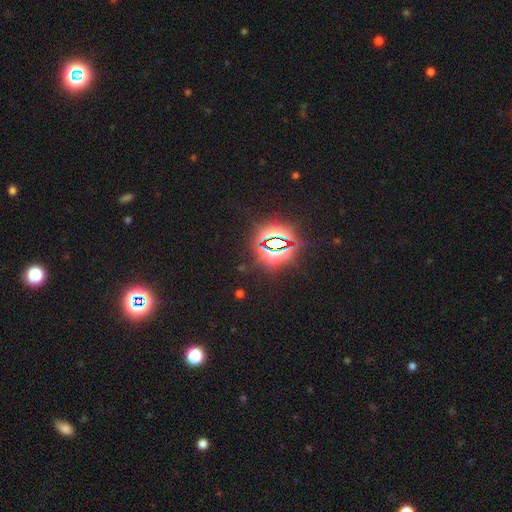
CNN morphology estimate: A star or artifact, not a galaxy (82%).